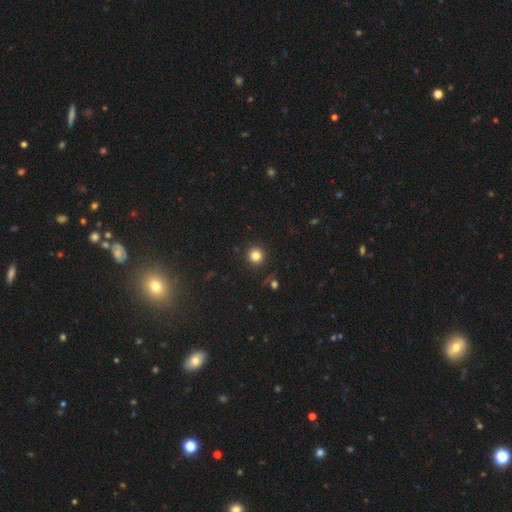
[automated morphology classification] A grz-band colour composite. It shows a smooth galaxy with no disk features (82%) that is round (94%). Merging: none (91%).